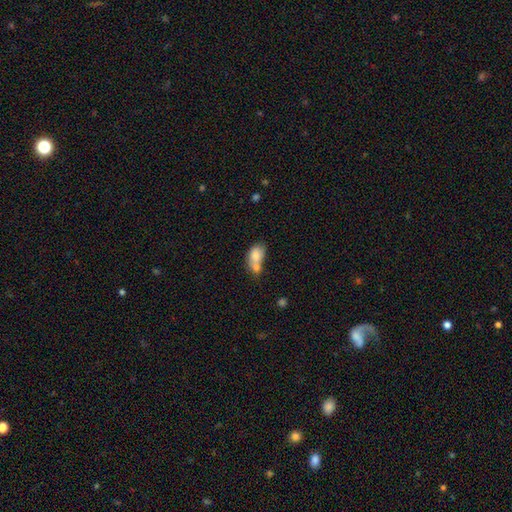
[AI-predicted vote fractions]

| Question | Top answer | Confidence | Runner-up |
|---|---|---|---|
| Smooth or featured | smooth | 76% | featured or disk (16%) |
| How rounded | in between | 82% | round (16%) |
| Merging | merger | 59% | none (24%) |